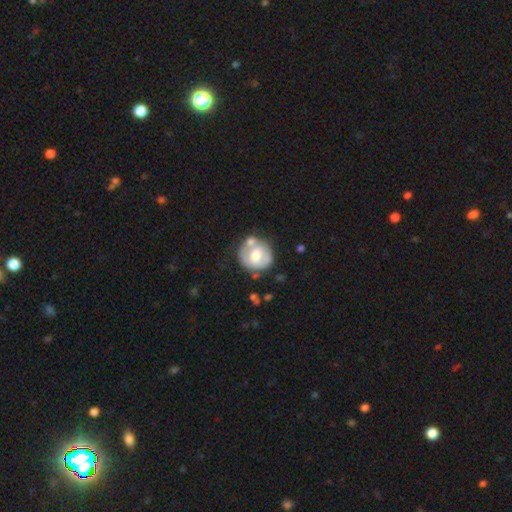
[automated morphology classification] This appears to be a smooth galaxy with no disk features (55%) that is round (83%). Merging: none (53%).